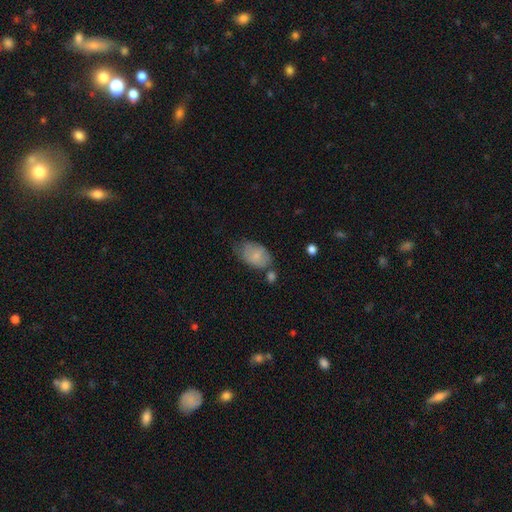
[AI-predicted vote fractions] smooth_or_featured: smooth (p=0.77) [alt: featured or disk p=0.16]
how_rounded: in between (p=0.87) [alt: round p=0.12]
merging: none (p=0.48) [alt: minor disturbance p=0.31]